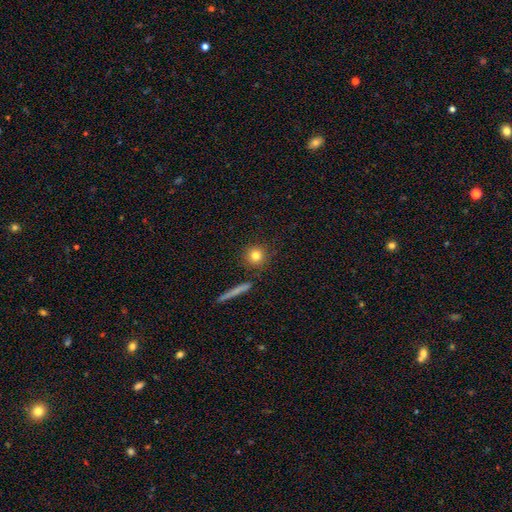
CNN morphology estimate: Smooth or featured? Predicted: smooth (p=0.80). How rounded? Predicted: round (p=0.93). Merging? Predicted: none (p=0.87).